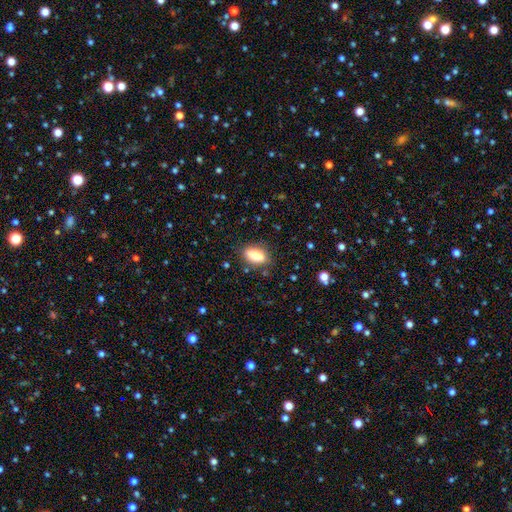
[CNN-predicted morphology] Overall: smooth (86%). How rounded: in between (91%). Merging: none (80%).